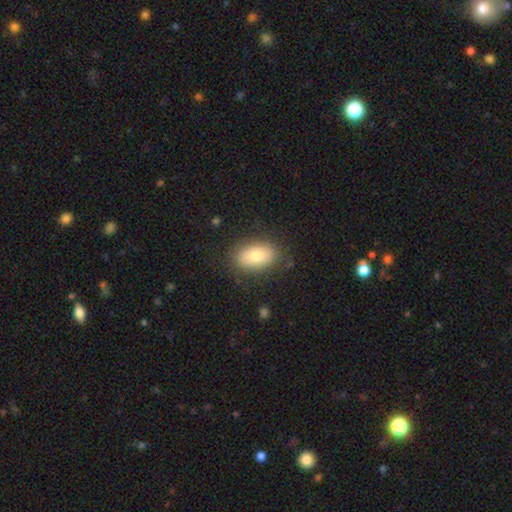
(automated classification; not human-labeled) This appears to be a smooth galaxy with no disk features (79%) that is in between round and cigar-shaped (90%). Merging: none (81%).